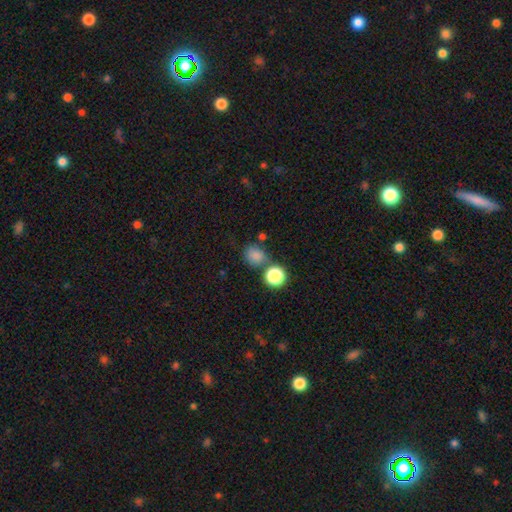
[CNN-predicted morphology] smooth_or_featured: smooth (p=0.80) [alt: star or artifact p=0.15]
how_rounded: round (p=0.71) [alt: in between p=0.28]
merging: none (p=0.62) [alt: merger p=0.19]